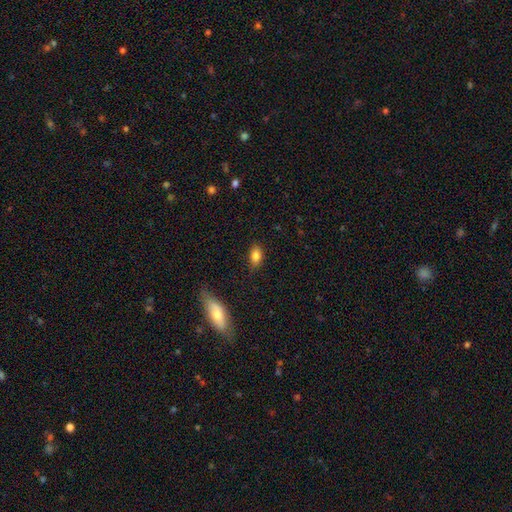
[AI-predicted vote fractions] This is clearly a smooth galaxy (83%). How rounded: clearly in between (86%). Merging: likely none (79%).